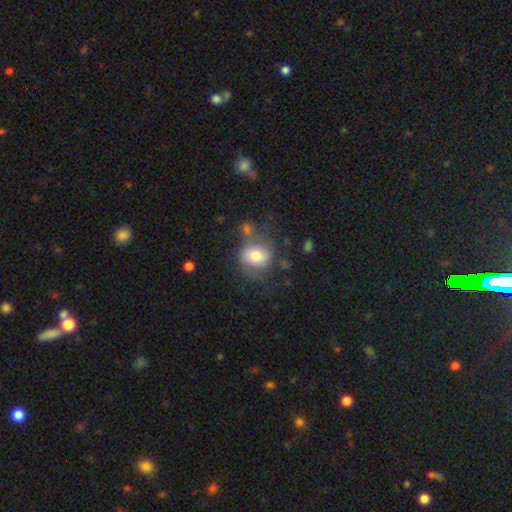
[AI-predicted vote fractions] This appears to be a smooth galaxy with no disk features (60%) that is round (73%). Merging: none (54%).